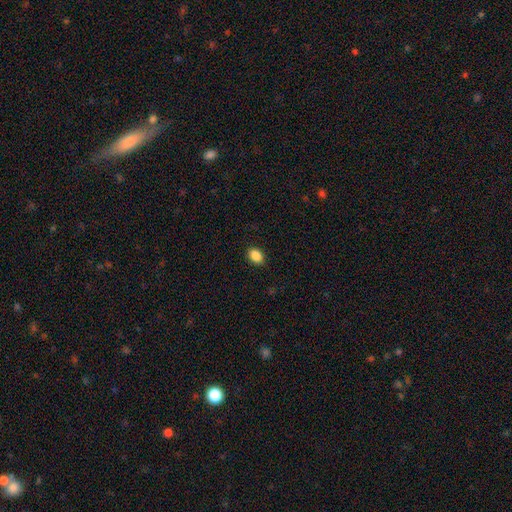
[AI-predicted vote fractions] Smooth or featured? smooth (88%)
How rounded? in between (76%)
Merging? none (90%)